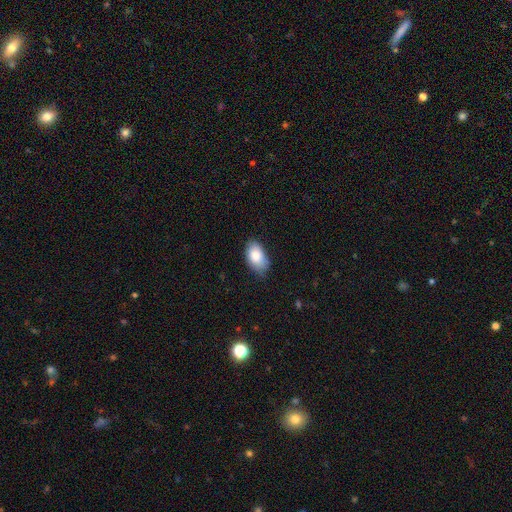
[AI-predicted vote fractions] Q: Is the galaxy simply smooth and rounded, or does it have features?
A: smooth — 83%.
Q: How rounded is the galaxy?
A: in between — 93%.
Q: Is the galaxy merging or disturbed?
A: none — 70%.